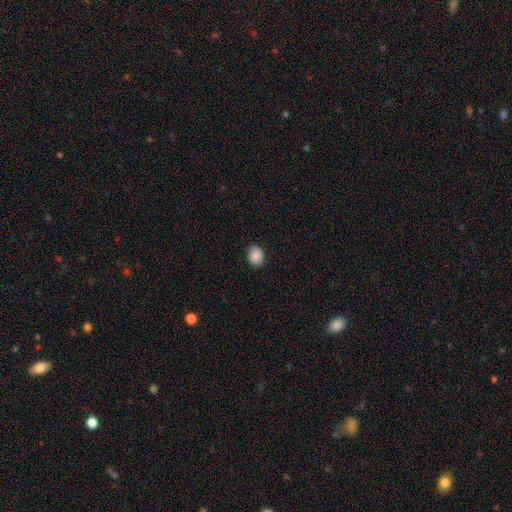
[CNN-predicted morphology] Smooth or featured? Predicted: smooth (p=0.88). How rounded? Predicted: round (p=0.52). Merging? Predicted: none (p=0.87).